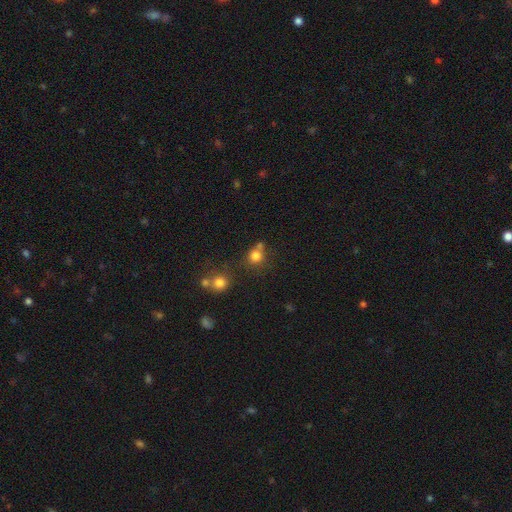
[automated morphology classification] Overall: smooth (78%). How rounded: round (84%). Merging: none (56%; merger 25%).